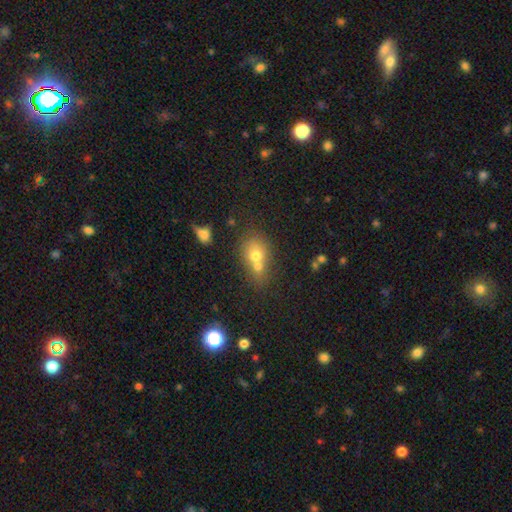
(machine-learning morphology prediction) smooth-or-featured: smooth: 67% | featured or disk: 21% | star or artifact: 12%
  how-rounded: round: 53% | in between: 45% | cigar-shaped: 2%
  merging: merger: 61% | none: 26% | minor disturbance: 9% | major disturbance: 5%